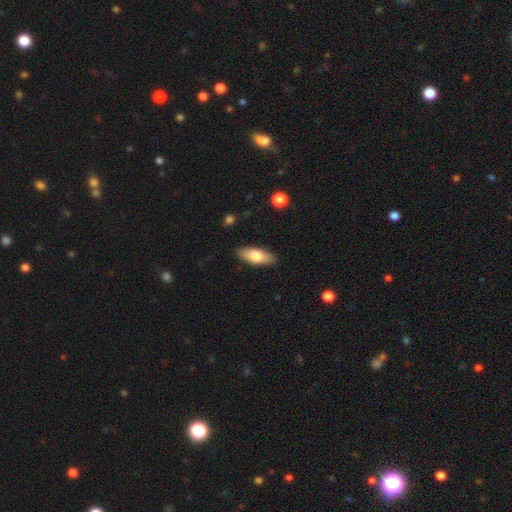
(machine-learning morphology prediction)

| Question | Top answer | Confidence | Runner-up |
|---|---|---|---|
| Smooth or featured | smooth | 72% | featured or disk (22%) |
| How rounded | in between | 77% | cigar-shaped (20%) |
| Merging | none | 87% | minor disturbance (10%) |